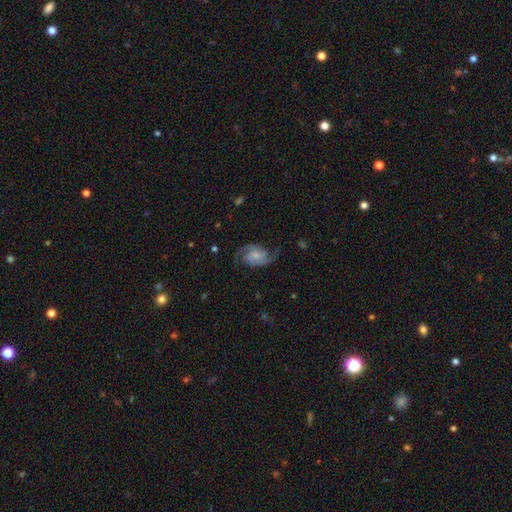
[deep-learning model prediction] This appears to be a featured or disk galaxy (84%) with no bar (47%), 2 (92%) medium (52%) spiral arms (97%) and a small central bulge (45%). Merging: none (74%).